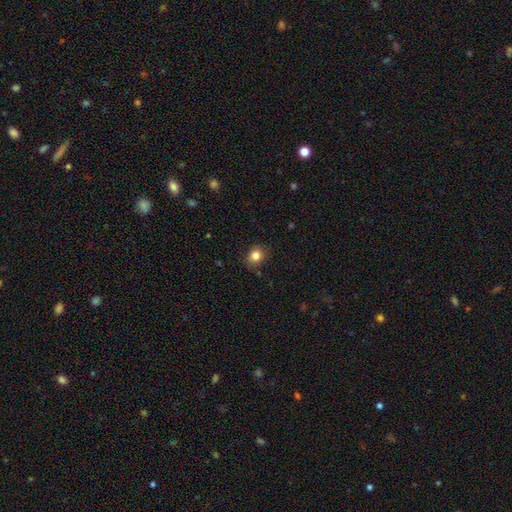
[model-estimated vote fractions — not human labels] Smooth or featured? Predicted: smooth (p=0.82). How rounded? Predicted: round (p=0.62). Merging? Predicted: none (p=0.84).